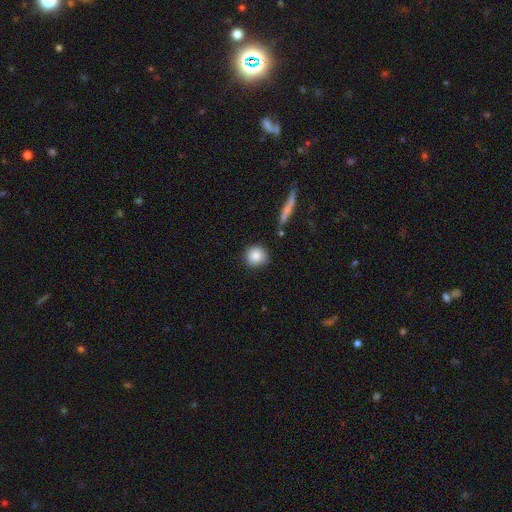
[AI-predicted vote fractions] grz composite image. It shows a smooth galaxy with no disk features (86%) that is round (89%). Merging: none (83%).